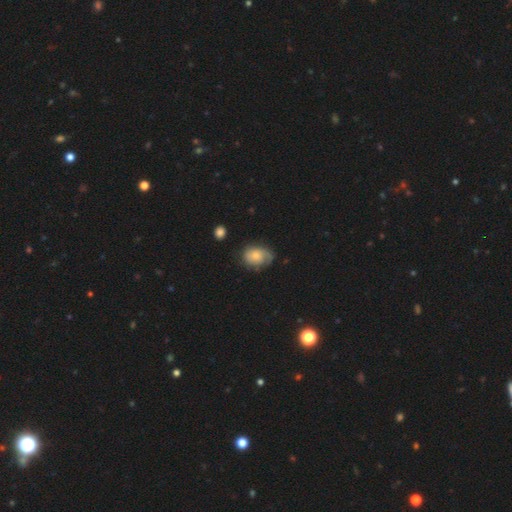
Overall: smooth (62%; featured or disk 31%). How rounded: in between (75%). Merging: none (44%, tied with minor disturbance).